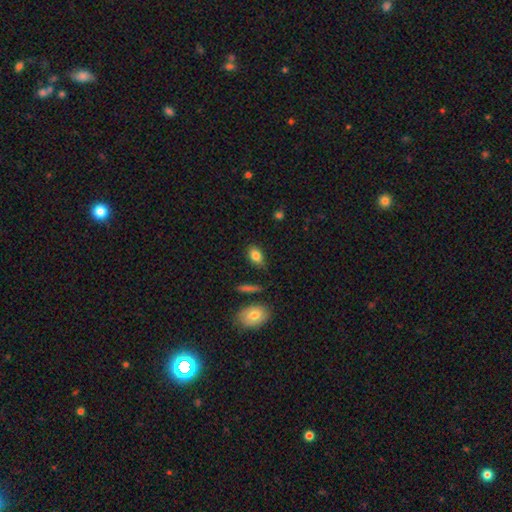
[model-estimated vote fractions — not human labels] This is clearly a smooth galaxy (83%). How rounded: clearly in between (85%). Merging: likely none (78%).